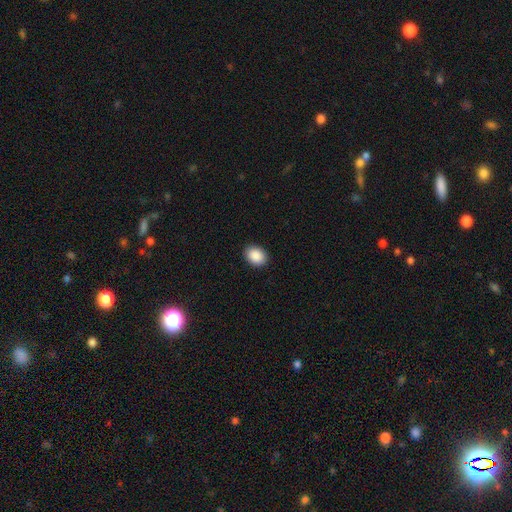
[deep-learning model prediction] Overall: smooth (90%). How rounded: in between (69%; round 30%). Merging: none (91%).